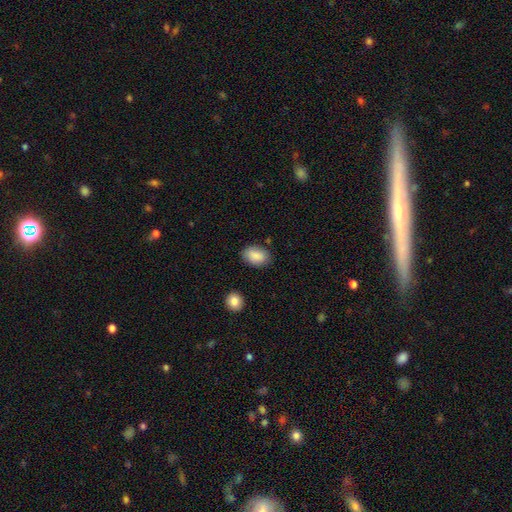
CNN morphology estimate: Smooth or featured?
  - smooth: 88% *
  - star or artifact: 7%
  - featured or disk: 5%
How rounded?
  - in between: 87% *
  - round: 12%
  - cigar-shaped: 1%
Merging?
  - none: 82% *
  - minor disturbance: 13%
  - major disturbance: 3%
  - merger: 2%